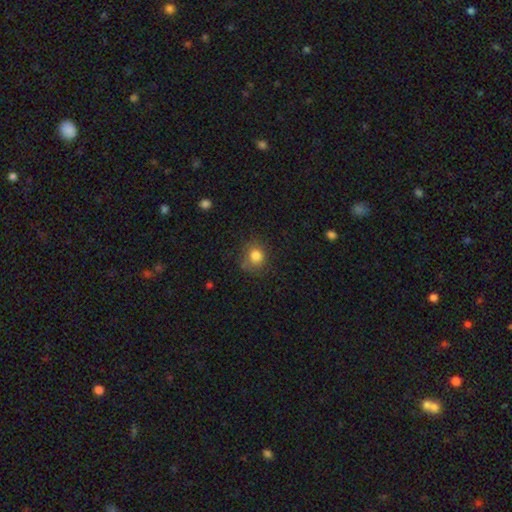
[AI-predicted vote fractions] smooth-or-featured: smooth: 81% | star or artifact: 11% | featured or disk: 7%
  how-rounded: round: 78% | in between: 21% | cigar-shaped: 1%
  merging: none: 71% | minor disturbance: 20% | major disturbance: 7% | merger: 3%